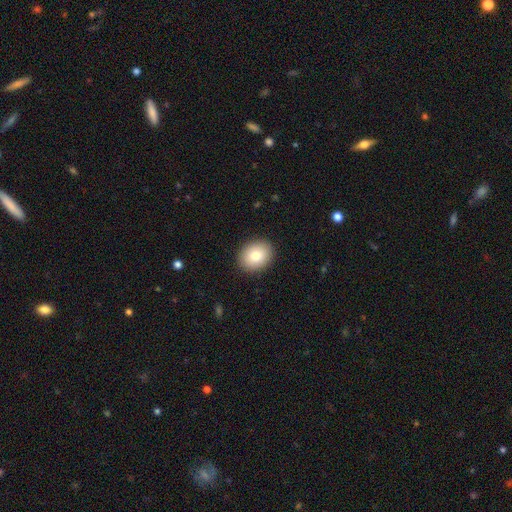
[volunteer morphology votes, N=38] Smooth or featured?
  - smooth: 79% *
  - featured or disk: 16%
  - star or artifact: 5%
How rounded?
  - in between: 50% *
  - round: 47%
  - cigar-shaped: 3%
Merging?
  - none: 89% *
  - minor disturbance: 11%
  - major disturbance: 0%
  - merger: 0%